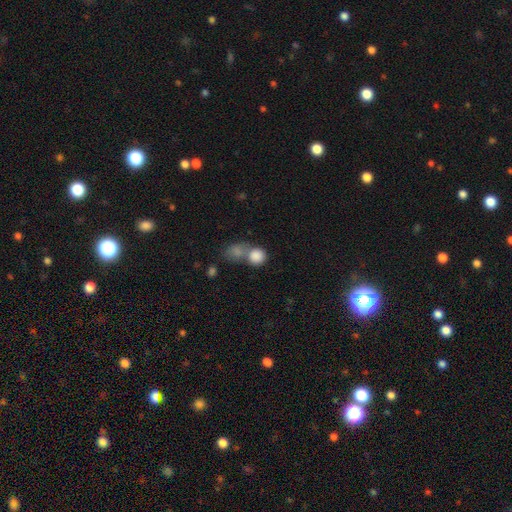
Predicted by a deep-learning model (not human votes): Q: Smooth or featured?
A: smooth (85%); runner-up: star or artifact (8%)
Q: How rounded?
A: round (77%); runner-up: in between (22%)
Q: Merging?
A: merger (52%); runner-up: none (35%)